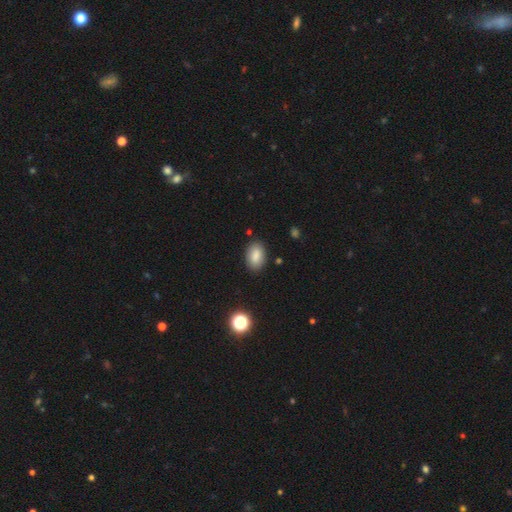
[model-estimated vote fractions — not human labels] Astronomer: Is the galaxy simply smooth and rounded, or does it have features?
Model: smooth — 86%.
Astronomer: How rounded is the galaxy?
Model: in between — 90%.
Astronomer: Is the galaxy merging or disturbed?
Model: none — 86%.